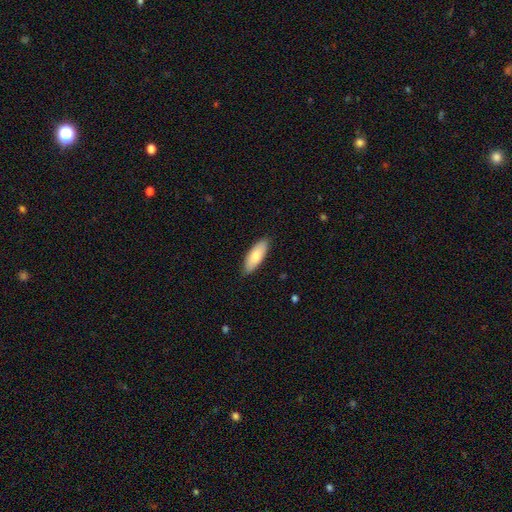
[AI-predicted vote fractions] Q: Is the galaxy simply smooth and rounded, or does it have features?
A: smooth — 76%.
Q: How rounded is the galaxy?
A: in between — 73%.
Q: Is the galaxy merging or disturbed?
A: none — 87%.